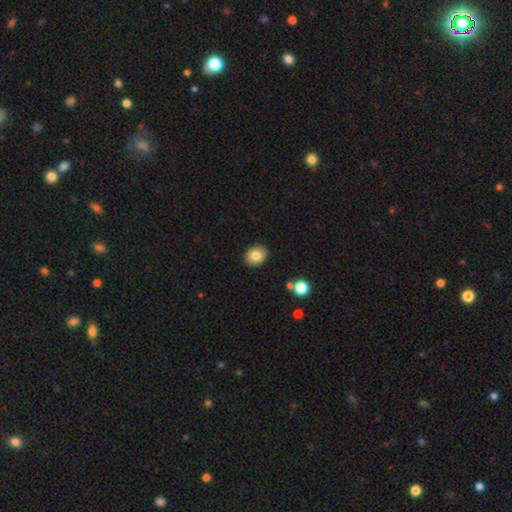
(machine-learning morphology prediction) Overall: smooth (84%). How rounded: in between (55%; round 44%). Merging: none (89%).